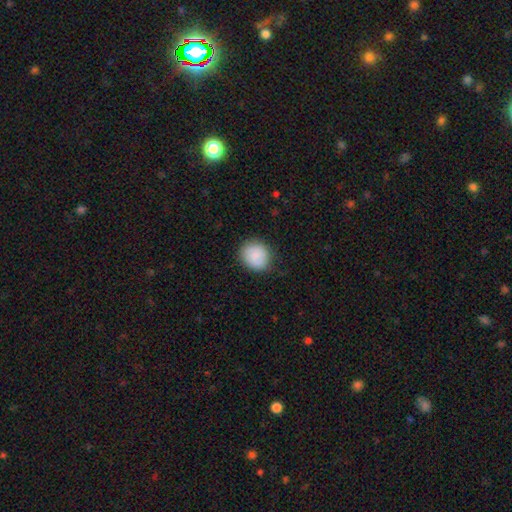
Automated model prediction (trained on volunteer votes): The model was most divided on "how rounded": round: 83%, in between: 16%, cigar-shaped: 1%. More confident: smooth or featured — smooth (86%); merging — none (83%).